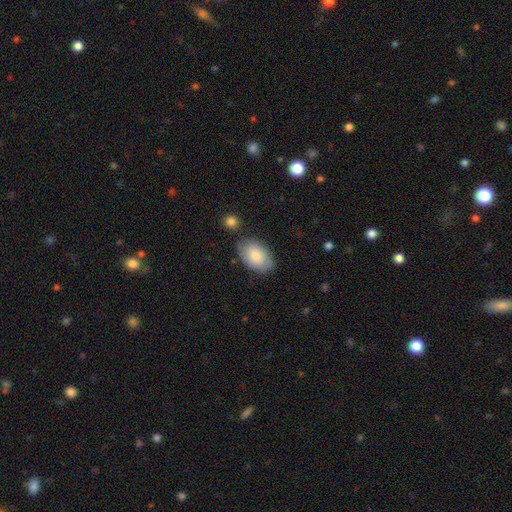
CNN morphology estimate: Q: Smooth or featured?
A: smooth (78%); runner-up: featured or disk (16%)
Q: How rounded?
A: in between (92%); runner-up: round (6%)
Q: Merging?
A: none (70%); runner-up: minor disturbance (19%)